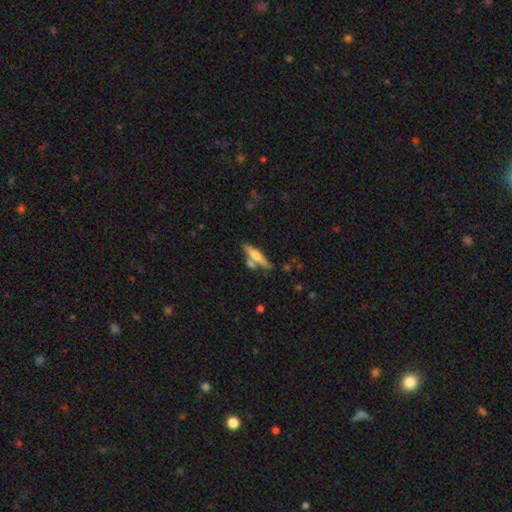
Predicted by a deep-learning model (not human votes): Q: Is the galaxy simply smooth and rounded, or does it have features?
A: featured or disk — 54%.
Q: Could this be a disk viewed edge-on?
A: yes — 94%.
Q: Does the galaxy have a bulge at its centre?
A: rounded — 90%.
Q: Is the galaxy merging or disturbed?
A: none — 70%.